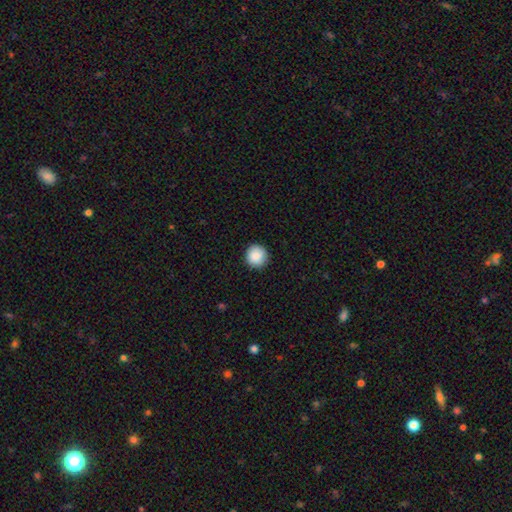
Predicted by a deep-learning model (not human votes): Smooth or featured: smooth — 87% (star or artifact — 8%)
How rounded: round — 95% (in between — 4%)
Merging: none — 91% (minor disturbance — 7%)